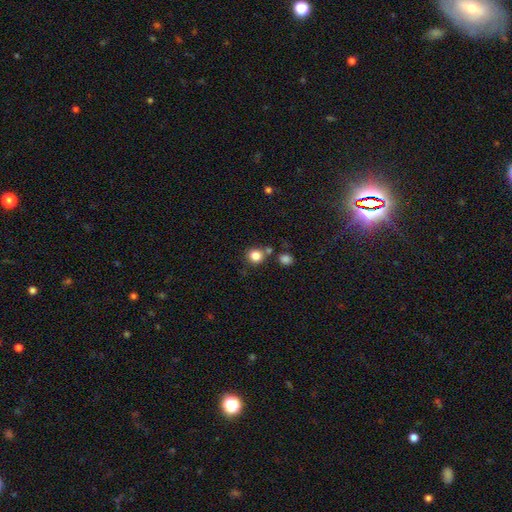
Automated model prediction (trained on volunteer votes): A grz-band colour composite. It shows a smooth galaxy with no disk features (83%) that is round (87%). Merging: none (71%).